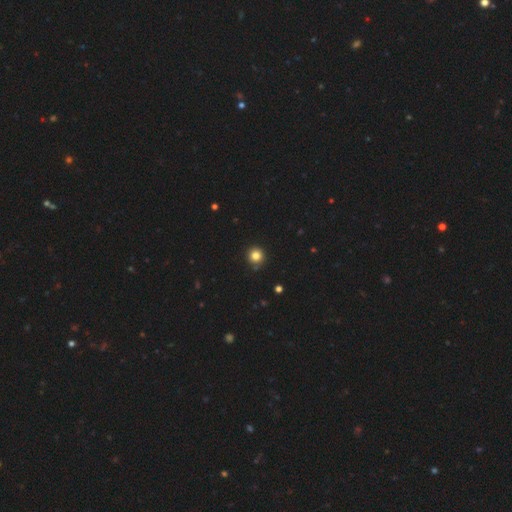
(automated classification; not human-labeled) This appears to be a smooth galaxy with no disk features (83%) that is round (95%). Merging: none (90%).